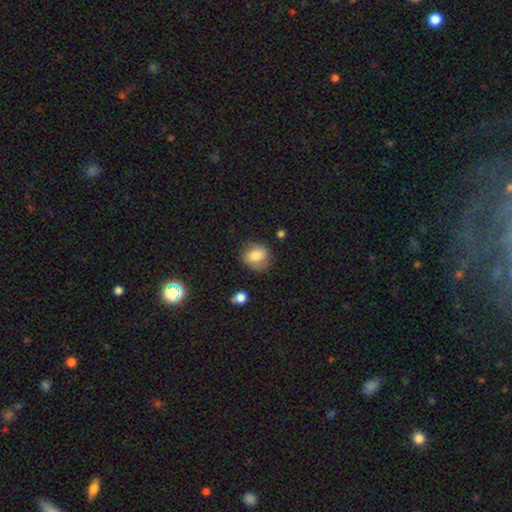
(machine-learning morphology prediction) Smooth or featured? Predicted: smooth (p=0.78). How rounded? Predicted: round (p=0.63). Merging? Predicted: none (p=0.72).